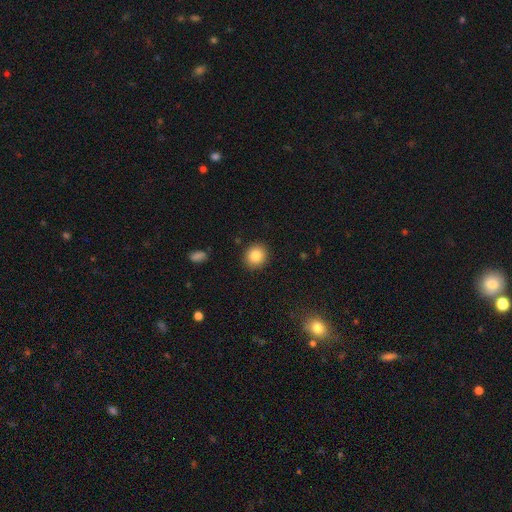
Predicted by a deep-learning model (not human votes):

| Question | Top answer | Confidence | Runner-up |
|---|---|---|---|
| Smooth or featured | smooth | 86% | star or artifact (9%) |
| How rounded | round | 83% | in between (16%) |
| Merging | none | 90% | minor disturbance (7%) |